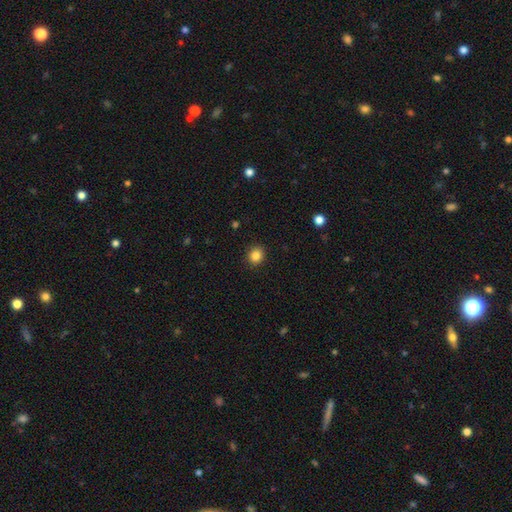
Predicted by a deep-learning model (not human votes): Smooth or featured? smooth (85%)
How rounded? round (81%)
Merging? none (91%)